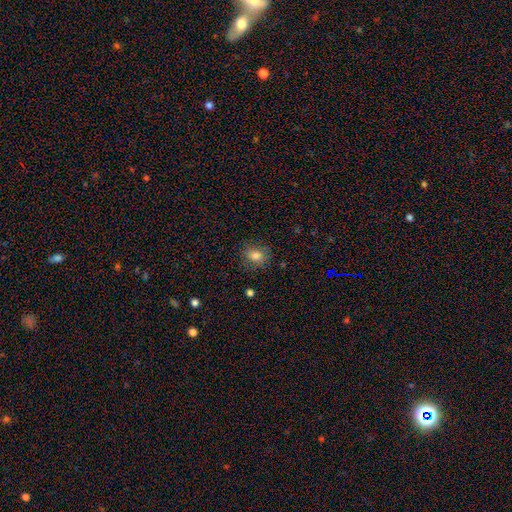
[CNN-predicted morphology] A smooth galaxy with no disk features (81%) that is round (55%).

Vote fractions:
- Smooth or featured? smooth: 81% / star or artifact: 12% / featured or disk: 8%
- How rounded? round: 55% / in between: 44% / cigar-shaped: 1%
- Merging? none: 81% / minor disturbance: 14% / major disturbance: 4% / merger: 1%